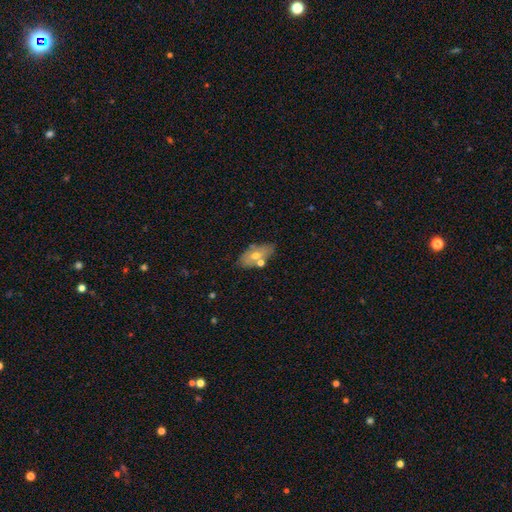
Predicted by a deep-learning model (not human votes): A smooth galaxy with no disk features (55%) that is in between round and cigar-shaped (89%).

Vote fractions:
- Smooth or featured? smooth: 55% / featured or disk: 38% / star or artifact: 8%
- How rounded? in between: 89% / round: 6% / cigar-shaped: 5%
- Merging? none: 61% / minor disturbance: 18% / merger: 16% / major disturbance: 5%